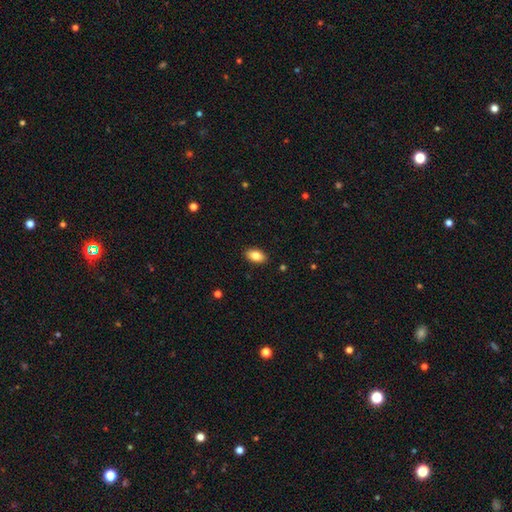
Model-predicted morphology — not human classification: smooth_or_featured: smooth (p=0.83) [alt: featured or disk p=0.10]
how_rounded: in between (p=0.92) [alt: round p=0.05]
merging: none (p=0.90) [alt: minor disturbance p=0.08]